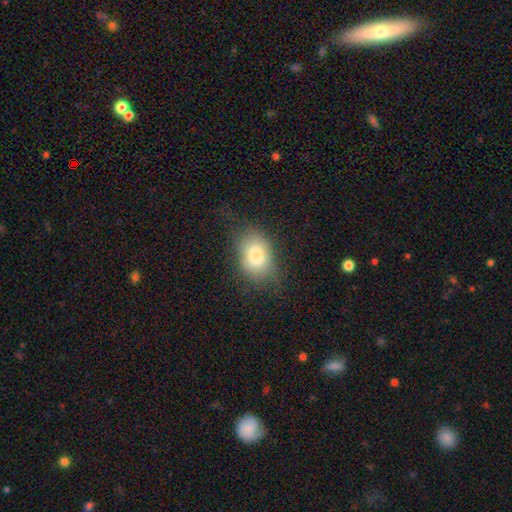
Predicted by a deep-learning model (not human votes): smooth-or-featured: smooth: 80% | featured or disk: 11% | star or artifact: 9%
  how-rounded: in between: 77% | round: 22% | cigar-shaped: 1%
  merging: none: 63% | minor disturbance: 26% | major disturbance: 9% | merger: 2%